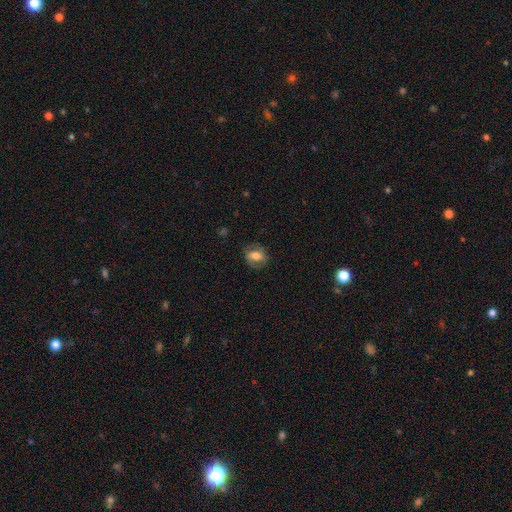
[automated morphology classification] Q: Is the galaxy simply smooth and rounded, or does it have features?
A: smooth — 51%.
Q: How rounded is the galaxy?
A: in between — 59%.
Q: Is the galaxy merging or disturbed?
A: none — 72%.